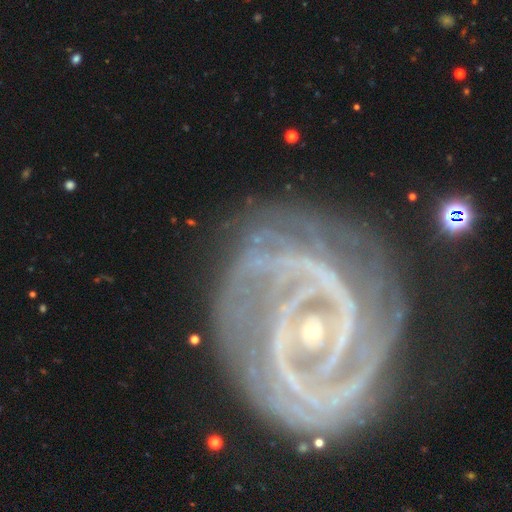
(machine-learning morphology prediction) A featured or disk galaxy (84%) with no bar (43%), 2 (26%) tight (70%) spiral arms (92%) and a small central bulge (58%).

Vote fractions:
- Smooth or featured? featured or disk: 84% / star or artifact: 9% / smooth: 7%
- Edge-on disk? no: 95% / yes: 5%
- Bar? no: 43% / strong: 33% / weak: 24%
- Spiral arms? yes: 92% / no: 8%
- Spiral winding? tight: 70% / medium: 23% / loose: 7%
- Spiral arm count? 2: 26% / can't tell: 23% / 3: 17% / 4: 12% / more than 4: 11% / 1: 10%
- Bulge size? small: 58% / moderate: 32% / large: 4% / none: 3% / dominant: 2%
- Merging? none: 68% / minor disturbance: 16% / major disturbance: 12% / merger: 3%